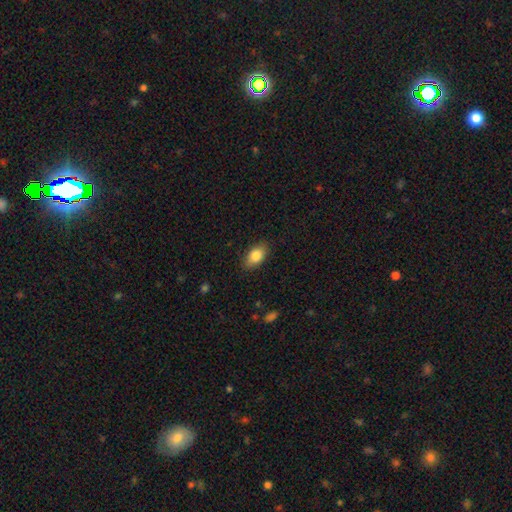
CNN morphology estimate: Smooth or featured: smooth — 84% (featured or disk — 9%)
How rounded: in between — 89% (round — 8%)
Merging: none — 85% (minor disturbance — 11%)